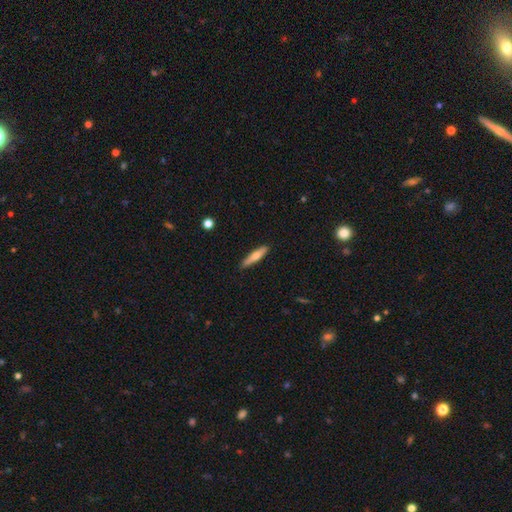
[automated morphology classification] This is likely a smooth galaxy (60%). How rounded: clearly cigar-shaped (84%). Merging: clearly none (88%).